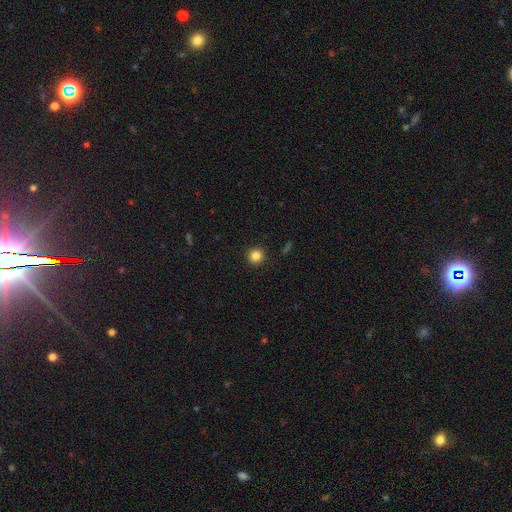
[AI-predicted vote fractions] Smooth or featured?
  - smooth: 84% *
  - star or artifact: 12%
  - featured or disk: 4%
How rounded?
  - round: 94% *
  - in between: 5%
  - cigar-shaped: 1%
Merging?
  - none: 93% *
  - minor disturbance: 5%
  - major disturbance: 2%
  - merger: 1%